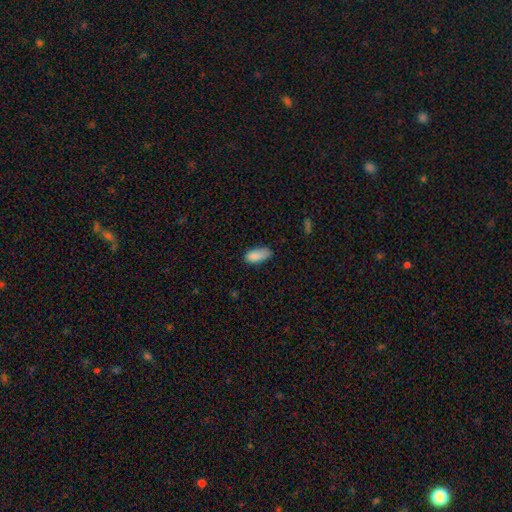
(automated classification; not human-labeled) smooth 86%, star or artifact 8%, featured or disk 6%. Down the decision tree: how rounded — in between (89%); merging — none (55%).